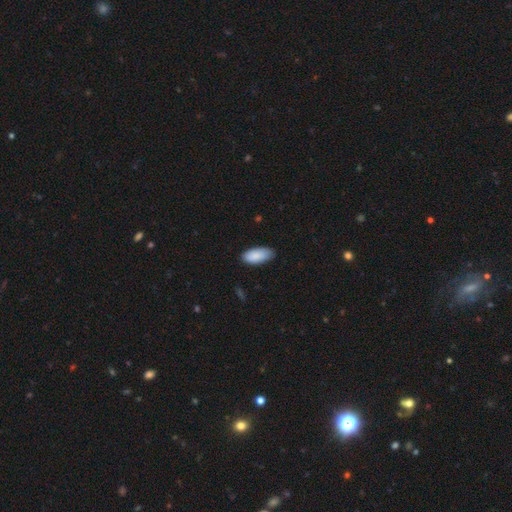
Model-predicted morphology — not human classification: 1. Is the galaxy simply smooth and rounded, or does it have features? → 90% smooth, 6% star or artifact, 5% featured or disk.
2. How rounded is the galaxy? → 90% in between, 8% cigar-shaped, 2% round.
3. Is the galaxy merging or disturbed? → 79% none, 17% minor disturbance, 2% major disturbance, 1% merger.